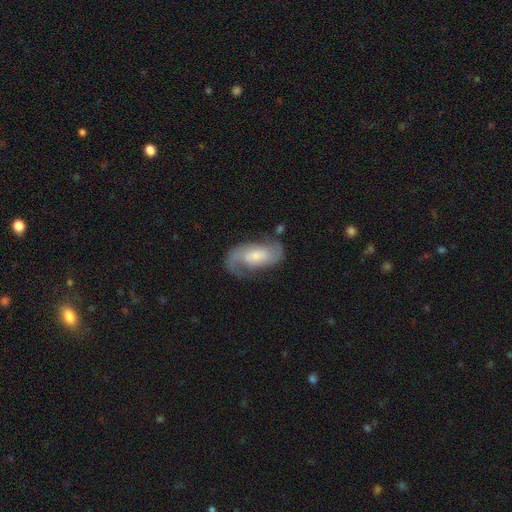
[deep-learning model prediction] A featured or disk galaxy (80%) with no bar (51%), 2 (82%) medium (48%) spiral arms (95%) and a small central bulge (44%).

Vote fractions:
- Smooth or featured? featured or disk: 80% / smooth: 15% / star or artifact: 5%
- Edge-on disk? no: 97% / yes: 3%
- Bar? no: 51% / weak: 38% / strong: 12%
- Spiral arms? yes: 95% / no: 5%
- Spiral winding? medium: 48% / loose: 31% / tight: 22%
- Spiral arm count? 2: 82% / 1: 10% / can't tell: 5% / 3: 1% / 4: 1% / more than 4: 1%
- Bulge size? small: 44% / moderate: 35% / large: 11% / none: 8% / dominant: 2%
- Merging? none: 66% / minor disturbance: 18% / major disturbance: 13% / merger: 3%